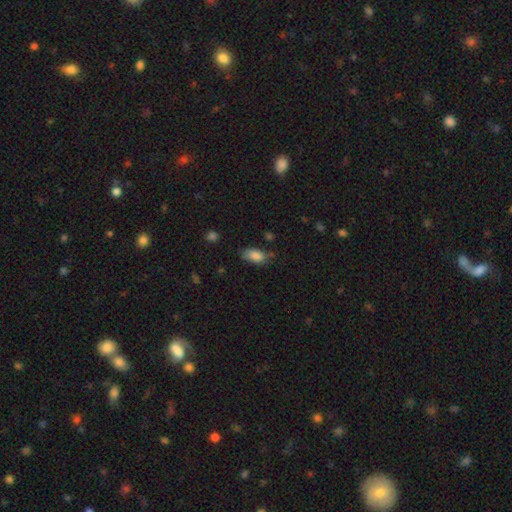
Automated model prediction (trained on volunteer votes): Q: Smooth or featured?
A: smooth (84%); runner-up: featured or disk (8%)
Q: How rounded?
A: in between (90%); runner-up: cigar-shaped (6%)
Q: Merging?
A: none (63%); runner-up: minor disturbance (27%)